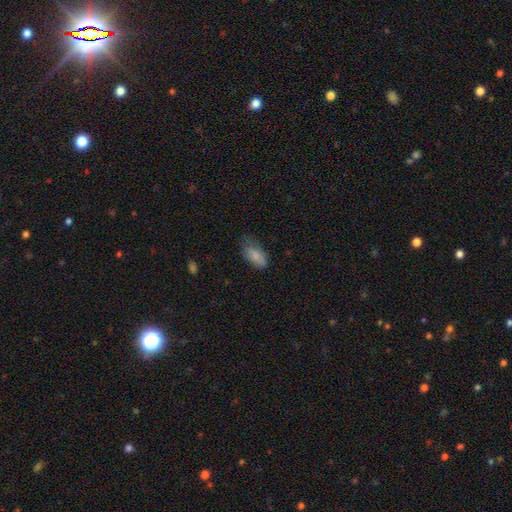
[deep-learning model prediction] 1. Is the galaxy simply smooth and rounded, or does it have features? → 82% smooth, 11% featured or disk, 7% star or artifact.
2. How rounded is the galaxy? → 92% in between, 5% cigar-shaped, 3% round.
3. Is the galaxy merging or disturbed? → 53% none, 35% minor disturbance, 10% major disturbance, 2% merger.